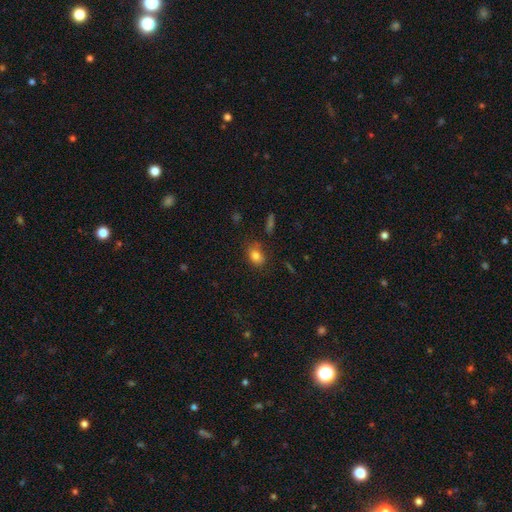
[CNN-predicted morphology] type=smooth (81%); roundness=in between (68%); merging=none (72%).